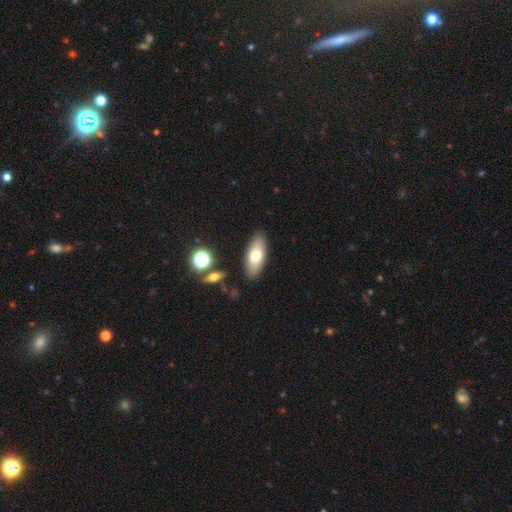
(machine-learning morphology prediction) A smooth galaxy with no disk features (69%) that is in between round and cigar-shaped (80%). Merging: none (87%).